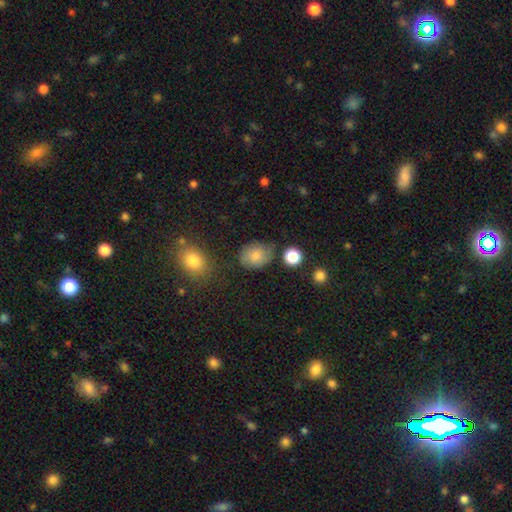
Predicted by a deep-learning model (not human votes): The model was most divided on "how rounded": in between: 51%, round: 47%, cigar-shaped: 1%. More confident: smooth or featured — smooth (76%); merging — none (65%).